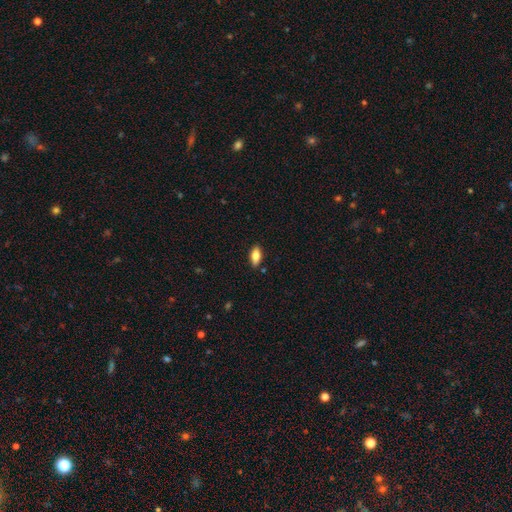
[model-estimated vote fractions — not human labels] smooth_or_featured: smooth (p=0.74) [alt: featured or disk p=0.19]
how_rounded: in between (p=0.84) [alt: cigar-shaped p=0.13]
merging: none (p=0.87) [alt: minor disturbance p=0.10]